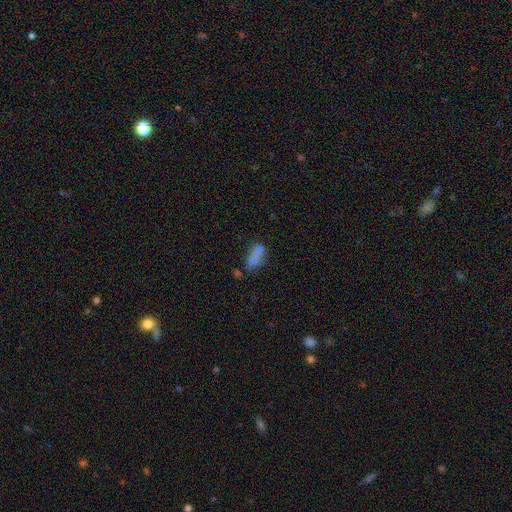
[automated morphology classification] Smooth or featured: smooth — 72% (featured or disk — 16%)
How rounded: in between — 78% (cigar-shaped — 18%)
Merging: none — 47% (minor disturbance — 25%)